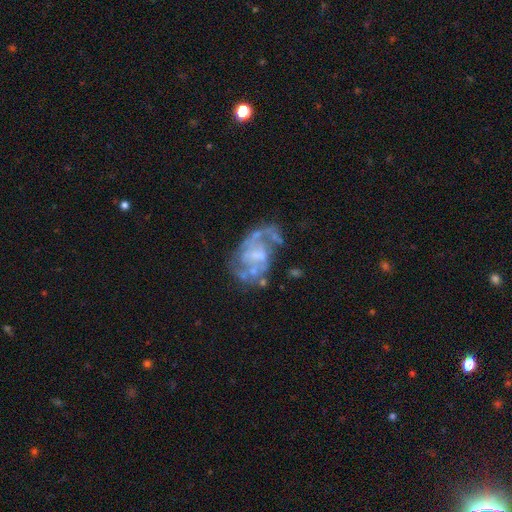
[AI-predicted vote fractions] Smooth or featured? Predicted: featured or disk (p=0.82). Edge-on disk? Predicted: no (p=0.98). Bar? Predicted: no (p=0.47). Spiral arms? Predicted: yes (p=0.82). Spiral winding? Predicted: medium (p=0.48). Spiral arm count? Predicted: 2 (p=0.60). Bulge size? Predicted: none (p=0.36). Merging? Predicted: none (p=0.51).